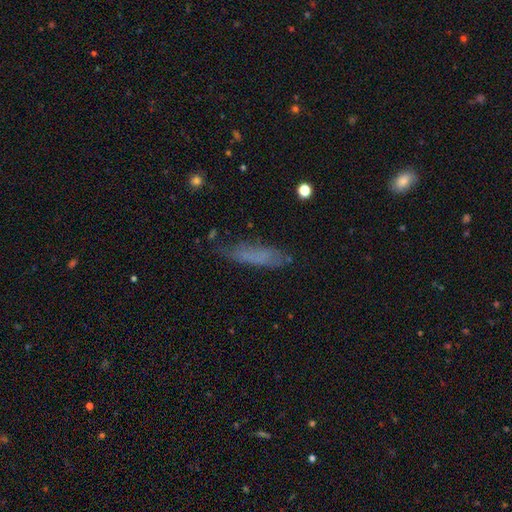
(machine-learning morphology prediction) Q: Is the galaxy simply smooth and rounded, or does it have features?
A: smooth — 65%.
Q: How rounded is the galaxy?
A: cigar-shaped — 76%.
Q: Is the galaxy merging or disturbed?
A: none — 66%.